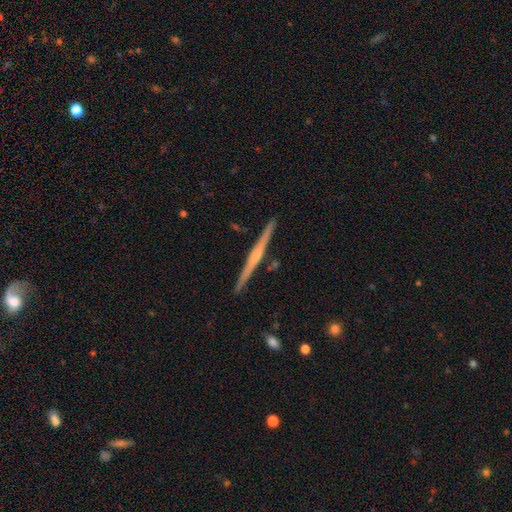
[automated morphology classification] A featured or disk galaxy (74%) viewed edge-on (99%) with a rounded central bulge (54%).

Vote fractions:
- Smooth or featured? featured or disk: 74% / smooth: 21% / star or artifact: 5%
- Edge-on disk? yes: 99% / no: 1%
- Edge-on bulge? rounded: 54% / none: 33% / boxy: 13%
- Merging? none: 91% / minor disturbance: 6% / merger: 2% / major disturbance: 1%